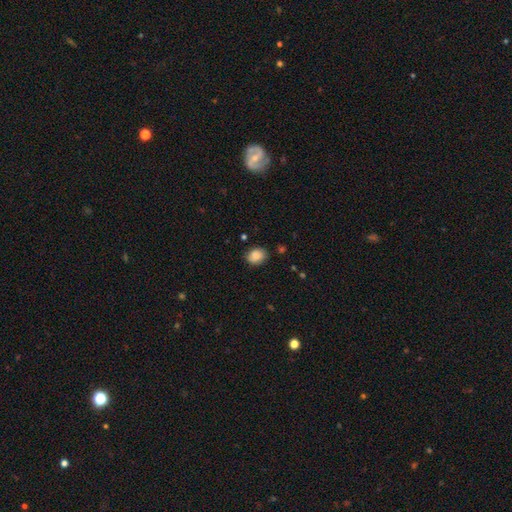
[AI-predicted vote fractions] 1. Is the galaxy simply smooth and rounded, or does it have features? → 84% smooth, 8% star or artifact, 8% featured or disk.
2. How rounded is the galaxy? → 58% in between, 41% round, 1% cigar-shaped.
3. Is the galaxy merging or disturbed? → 79% none, 16% minor disturbance, 3% major disturbance, 2% merger.